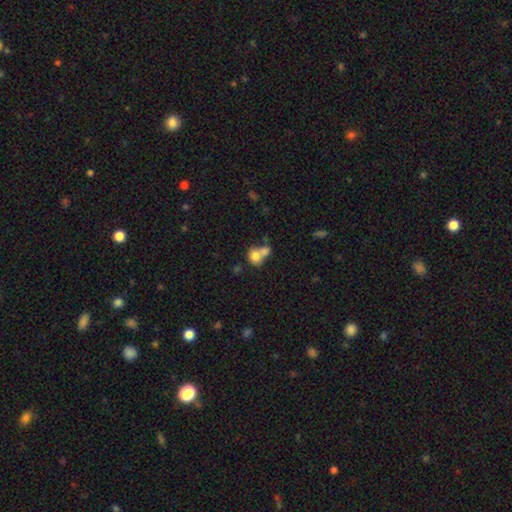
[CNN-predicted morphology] Smooth or featured? smooth (75%)
How rounded? round (65%)
Merging? merger (61%)